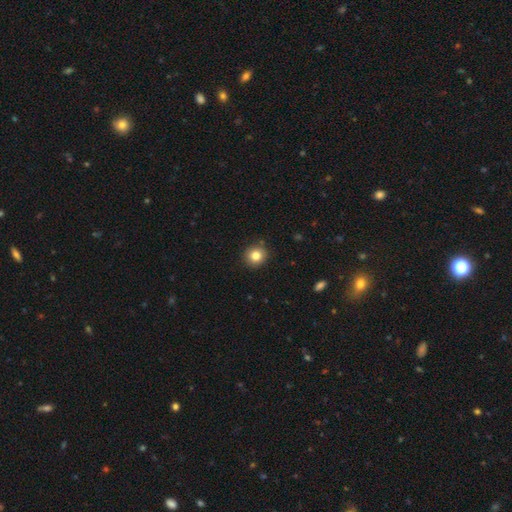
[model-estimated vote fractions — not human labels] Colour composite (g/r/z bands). It shows a smooth galaxy with no disk features (82%) that is round (91%). Merging: none (89%).